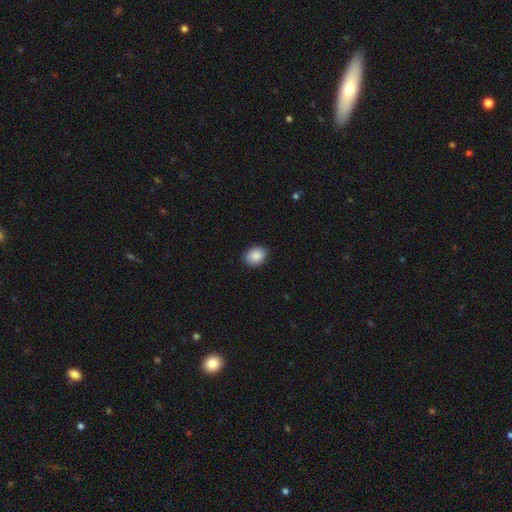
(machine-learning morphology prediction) A smooth galaxy with no disk features (89%) that is in between round and cigar-shaped (54%). Merging: none (90%).